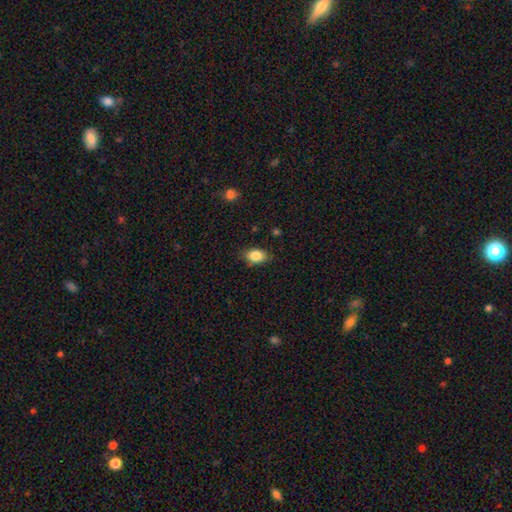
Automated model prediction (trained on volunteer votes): A smooth galaxy with no disk features (85%) that is in between round and cigar-shaped (83%).

Vote fractions:
- Smooth or featured? smooth: 85% / star or artifact: 8% / featured or disk: 7%
- How rounded? in between: 83% / round: 15% / cigar-shaped: 2%
- Merging? none: 81% / minor disturbance: 15% / major disturbance: 3% / merger: 1%